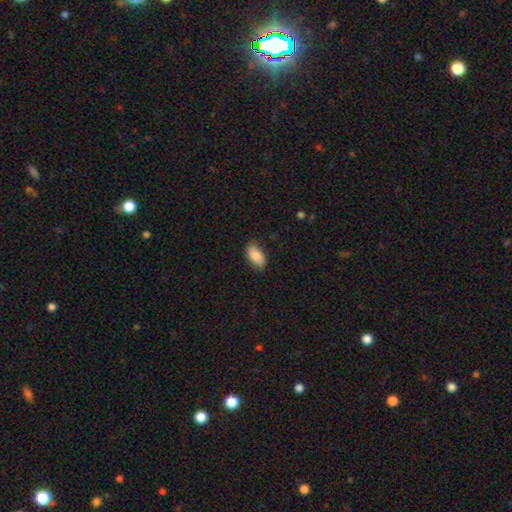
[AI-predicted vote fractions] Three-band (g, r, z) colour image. It shows a smooth galaxy with no disk features (86%) that is in between round and cigar-shaped (94%). Merging: none (82%).